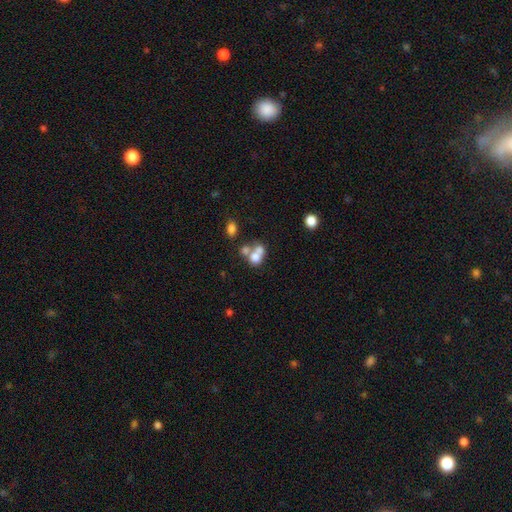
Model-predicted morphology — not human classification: Smooth or featured? smooth (65%)
How rounded? round (60%)
Merging? merger (61%)